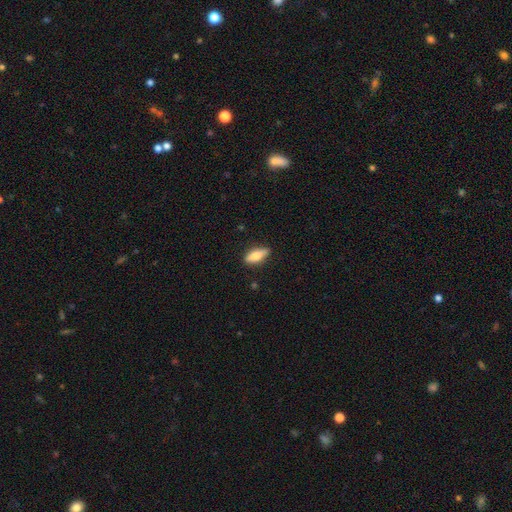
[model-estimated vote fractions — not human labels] Morphology: type=smooth (66%); roundness=in between (67%); merging=none (82%).